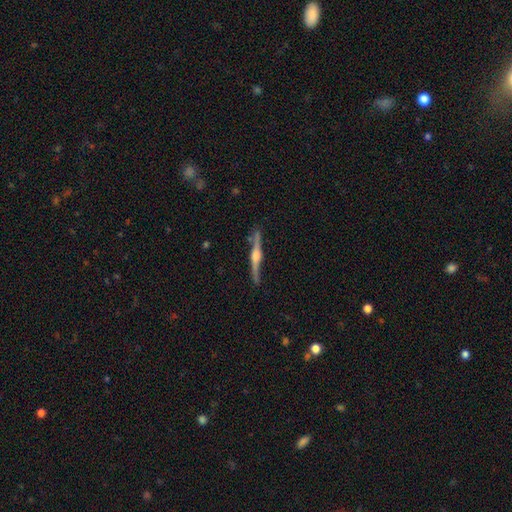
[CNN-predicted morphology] Q: Smooth or featured?
A: featured or disk (84%); runner-up: smooth (11%)
Q: Edge-on disk?
A: yes (97%); runner-up: no (3%)
Q: Edge-on bulge?
A: rounded (87%); runner-up: boxy (9%)
Q: Merging?
A: none (86%); runner-up: minor disturbance (11%)